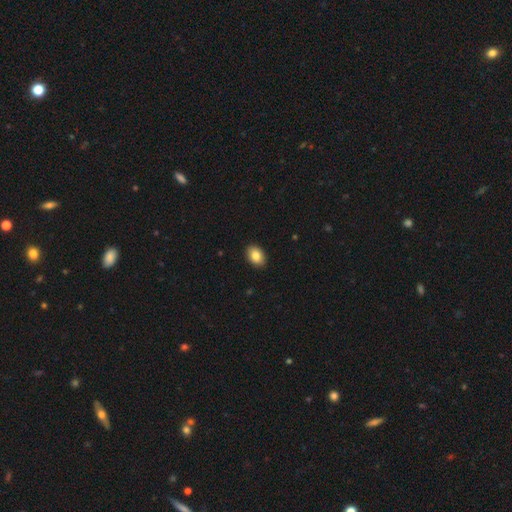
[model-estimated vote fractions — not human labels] Q: Smooth or featured?
A: smooth (85%); runner-up: star or artifact (8%)
Q: How rounded?
A: in between (83%); runner-up: round (16%)
Q: Merging?
A: none (90%); runner-up: minor disturbance (7%)